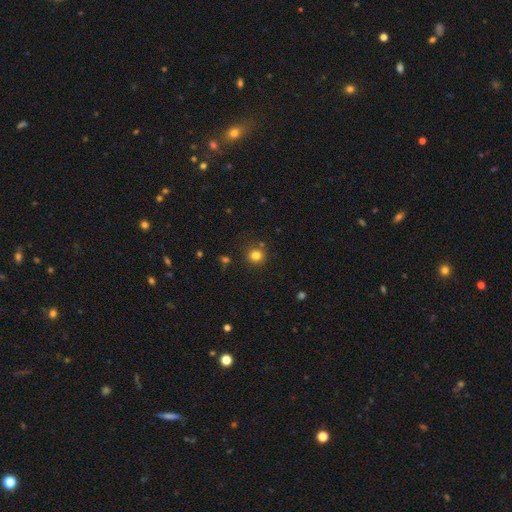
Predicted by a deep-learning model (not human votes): Smooth or featured? Predicted: smooth (p=0.81). How rounded? Predicted: round (p=0.89). Merging? Predicted: none (p=0.84).